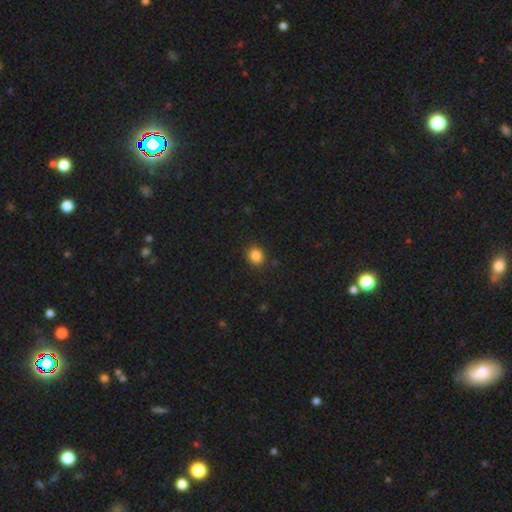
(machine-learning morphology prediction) smooth-or-featured: smooth: 85% | star or artifact: 11% | featured or disk: 4%
  how-rounded: round: 75% | in between: 25% | cigar-shaped: 1%
  merging: none: 89% | minor disturbance: 8% | major disturbance: 2% | merger: 1%